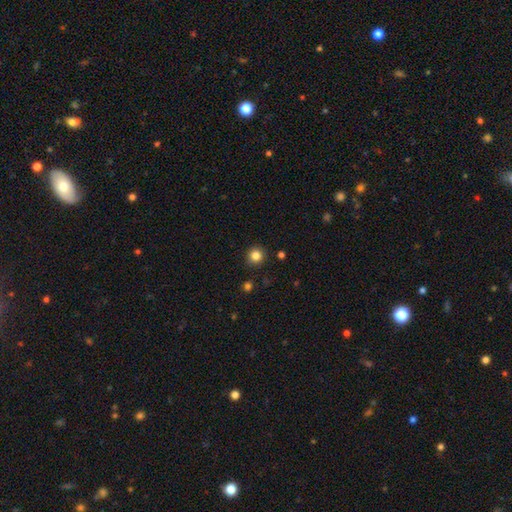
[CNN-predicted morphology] Smooth or featured?
  - smooth: 84% *
  - star or artifact: 12%
  - featured or disk: 4%
How rounded?
  - round: 94% *
  - in between: 5%
  - cigar-shaped: 1%
Merging?
  - none: 90% *
  - minor disturbance: 6%
  - major disturbance: 2%
  - merger: 2%